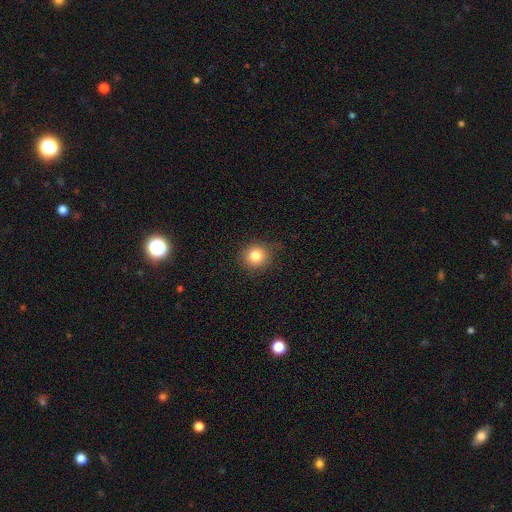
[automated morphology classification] Smooth or featured? Predicted: smooth (p=0.81). How rounded? Predicted: round (p=0.89). Merging? Predicted: none (p=0.84).